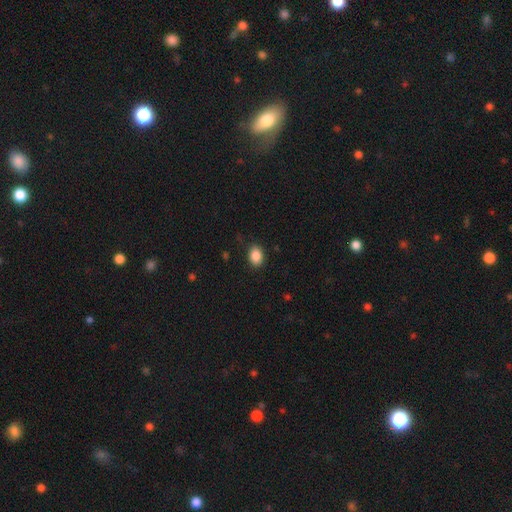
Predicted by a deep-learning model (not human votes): A smooth galaxy with no disk features (88%) that is in between round and cigar-shaped (68%). Merging: none (85%).